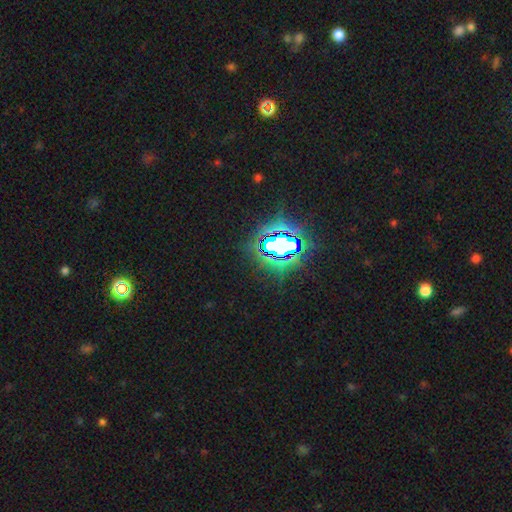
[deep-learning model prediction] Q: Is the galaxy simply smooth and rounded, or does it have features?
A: star or artifact — 80%.